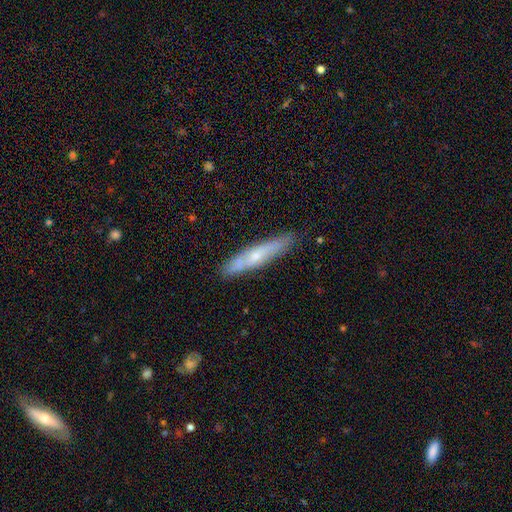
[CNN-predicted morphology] Overall: smooth (49%; featured or disk 45%). Merging: none (80%).